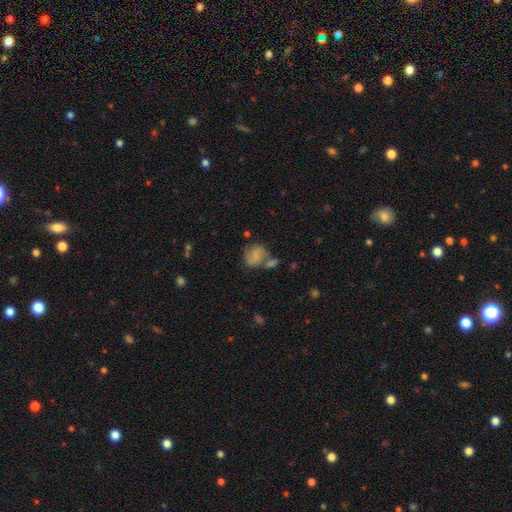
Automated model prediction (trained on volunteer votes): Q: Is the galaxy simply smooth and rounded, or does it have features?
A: smooth — 66%.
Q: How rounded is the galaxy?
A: round — 62%.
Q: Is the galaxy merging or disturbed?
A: none — 41%.